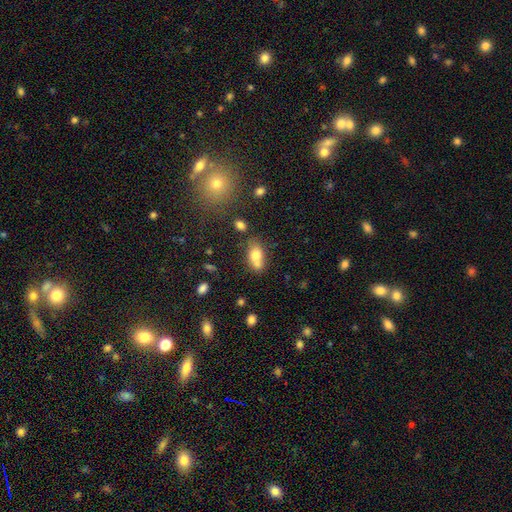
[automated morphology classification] type=smooth (73%); roundness=in between (79%); merging=none (40%, tied with merger).